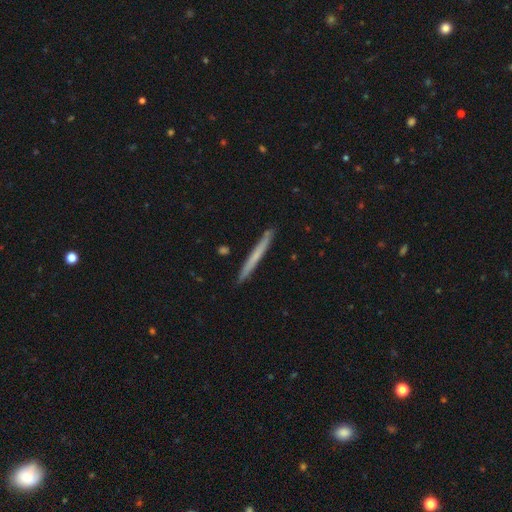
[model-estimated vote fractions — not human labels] Smooth or featured? Predicted: smooth (p=0.55). How rounded? Predicted: cigar-shaped (p=0.97). Merging? Predicted: none (p=0.91).